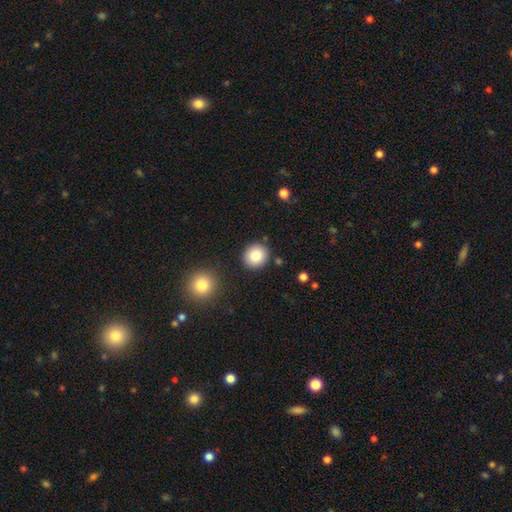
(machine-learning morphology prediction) smooth_or_featured: smooth (p=0.83) [alt: star or artifact p=0.09]
how_rounded: round (p=0.89) [alt: in between p=0.11]
merging: none (p=0.88) [alt: minor disturbance p=0.07]